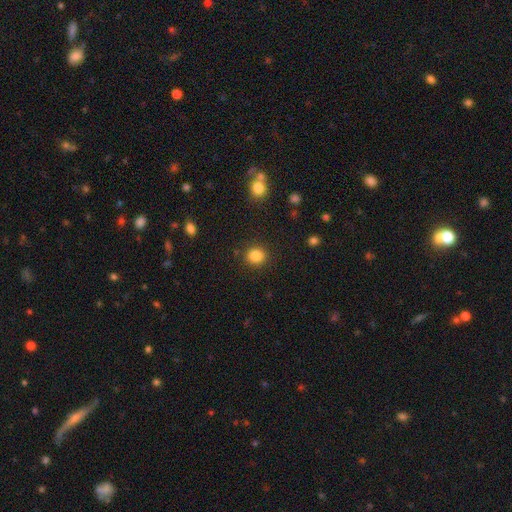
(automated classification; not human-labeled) Morphology: type=smooth (85%); roundness=round (85%); merging=none (90%).